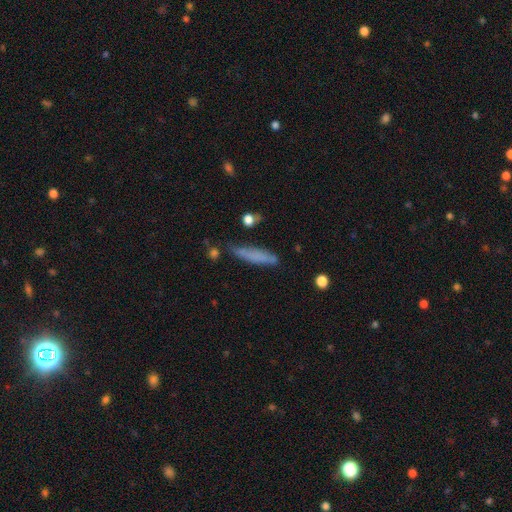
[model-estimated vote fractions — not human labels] Smooth or featured: smooth — 70% (featured or disk — 21%)
How rounded: cigar-shaped — 87% (in between — 12%)
Merging: none — 70% (minor disturbance — 20%)